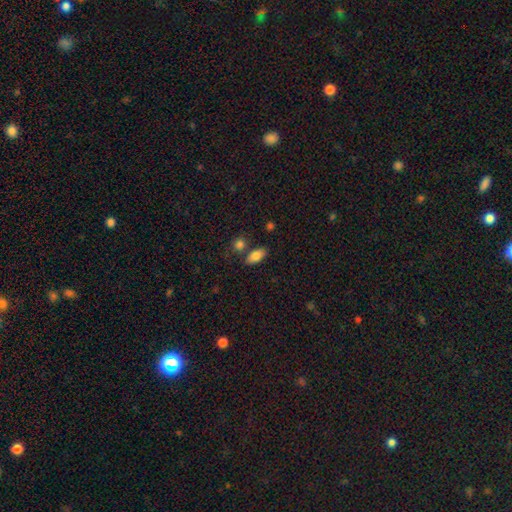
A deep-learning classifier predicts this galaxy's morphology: smooth_or_featured: smooth (p=0.83) [alt: featured or disk p=0.09]
how_rounded: in between (p=0.89) [alt: cigar-shaped p=0.06]
merging: none (p=0.75) [alt: minor disturbance p=0.12]